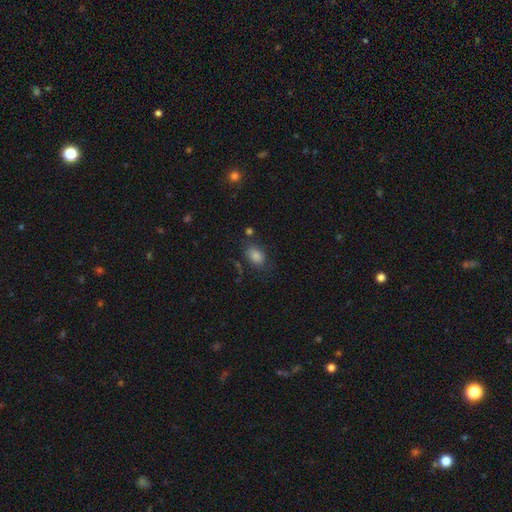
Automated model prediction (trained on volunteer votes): Smooth or featured? Predicted: smooth (p=0.73). How rounded? Predicted: in between (p=0.75). Merging? Predicted: none (p=0.71).